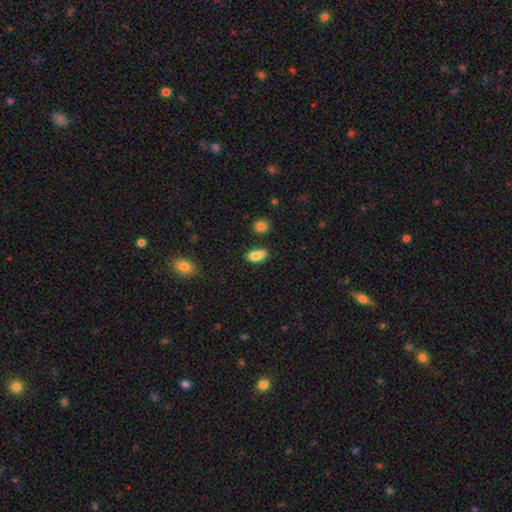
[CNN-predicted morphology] Smooth or featured? smooth (81%)
How rounded? in between (84%)
Merging? none (47%)